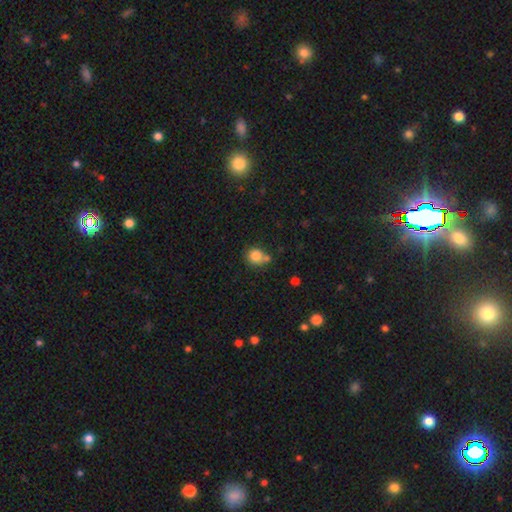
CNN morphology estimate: Smooth or featured? Predicted: smooth (p=0.81). How rounded? Predicted: round (p=0.82). Merging? Predicted: none (p=0.56).